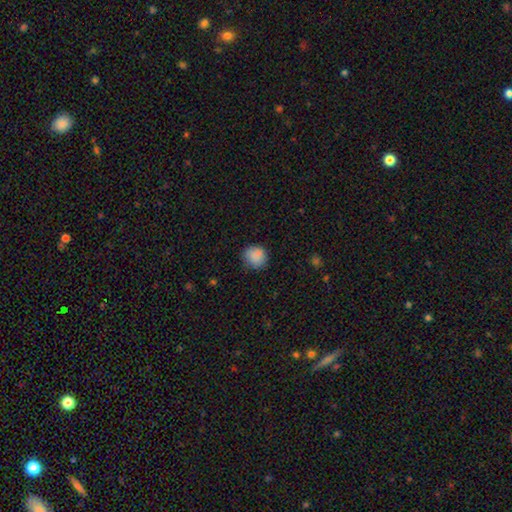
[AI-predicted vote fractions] Overall: smooth (86%). How rounded: round (82%). Merging: none (74%).